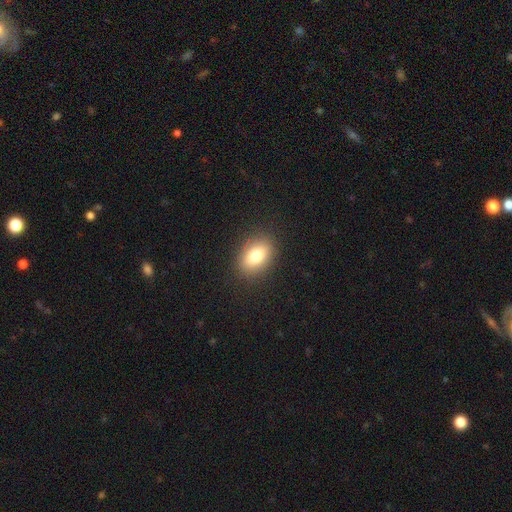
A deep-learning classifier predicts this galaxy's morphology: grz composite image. It shows a smooth galaxy with no disk features (79%) that is in between round and cigar-shaped (81%). Merging: none (87%).